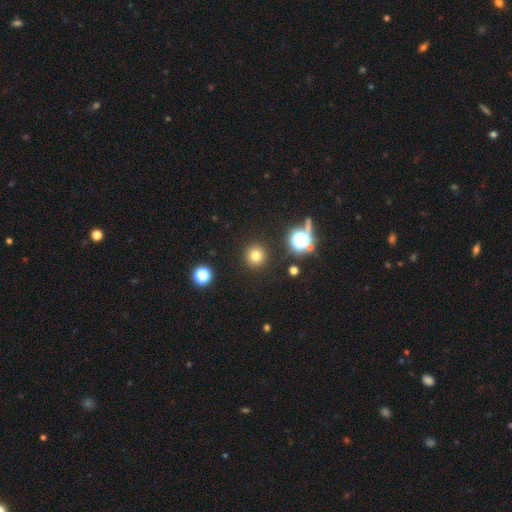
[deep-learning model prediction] A smooth galaxy with no disk features (75%) that is round (95%).

Vote fractions:
- Smooth or featured? smooth: 75% / star or artifact: 18% / featured or disk: 7%
- How rounded? round: 95% / in between: 4% / cigar-shaped: 1%
- Merging? none: 91% / minor disturbance: 5% / major disturbance: 2% / merger: 2%